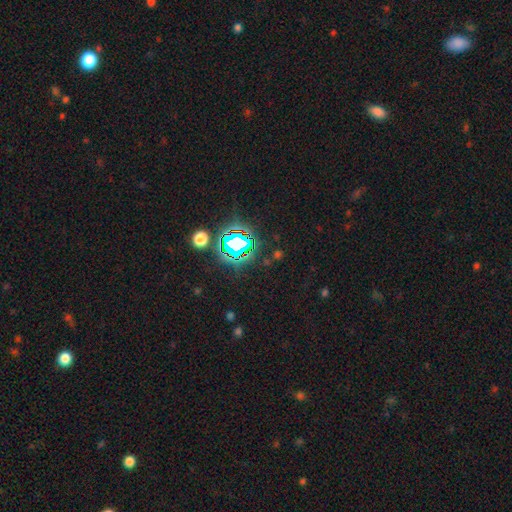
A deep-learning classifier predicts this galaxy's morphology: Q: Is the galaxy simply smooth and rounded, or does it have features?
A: star or artifact — 80%.